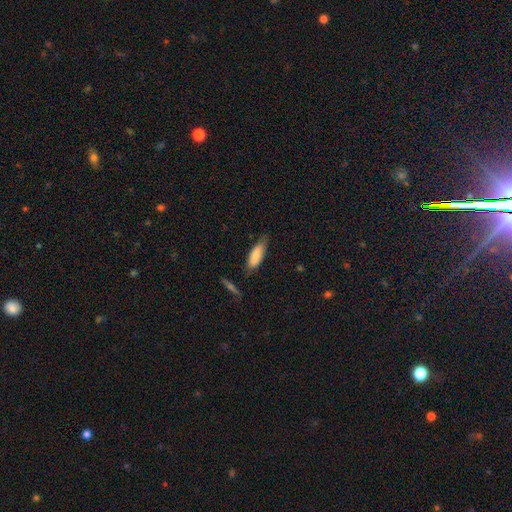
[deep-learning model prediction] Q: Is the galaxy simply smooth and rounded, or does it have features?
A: smooth — 83%.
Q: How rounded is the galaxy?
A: in between — 66%.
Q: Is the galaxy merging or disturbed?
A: none — 64%.